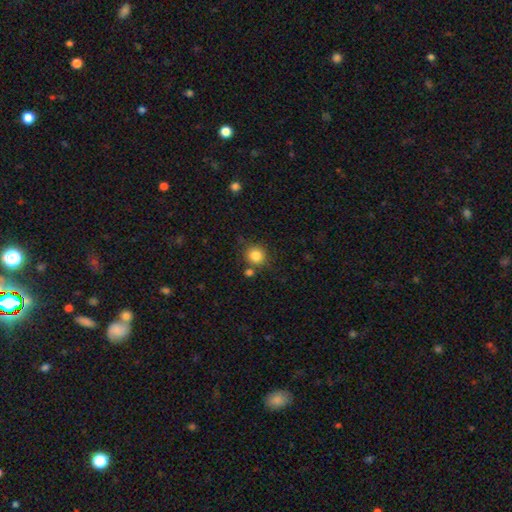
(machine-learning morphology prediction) Smooth or featured: smooth — 83% (star or artifact — 11%)
How rounded: round — 90% (in between — 9%)
Merging: none — 75% (minor disturbance — 11%)